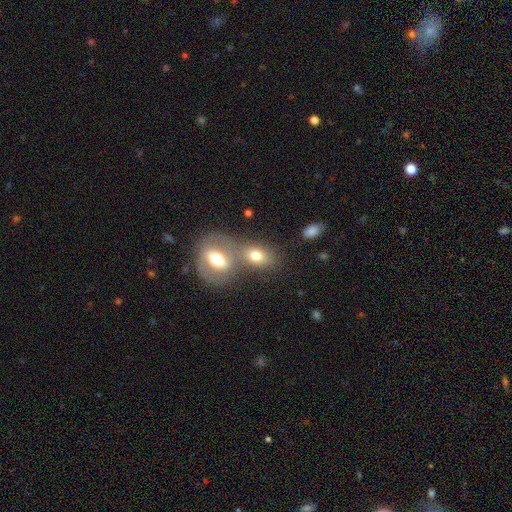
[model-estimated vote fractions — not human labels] Smooth or featured? smooth (69%)
How rounded? in between (74%)
Merging? merger (51%)